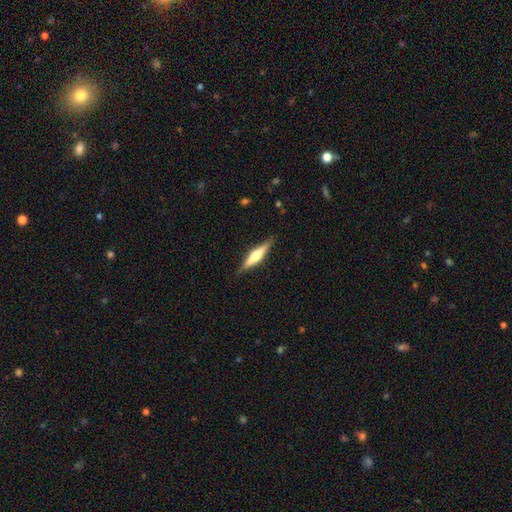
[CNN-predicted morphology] smooth_or_featured: featured or disk (p=0.61) [alt: smooth p=0.33]
disk_edge_on: yes (p=0.96) [alt: no p=0.04]
edge_on_bulge: rounded (p=0.88) [alt: boxy p=0.08]
merging: none (p=0.88) [alt: minor disturbance p=0.09]